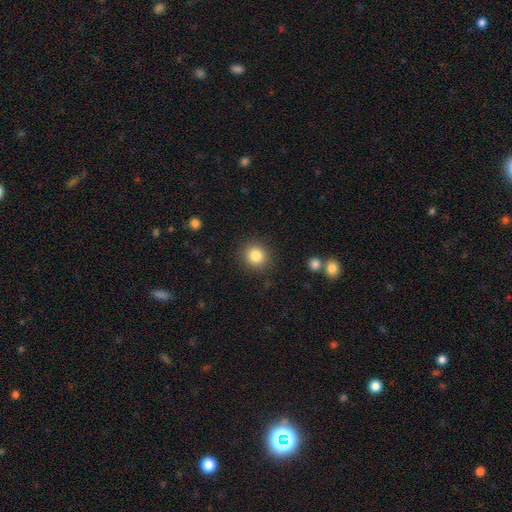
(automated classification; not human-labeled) This is clearly a smooth galaxy (85%). How rounded: clearly round (88%). Merging: clearly none (89%).